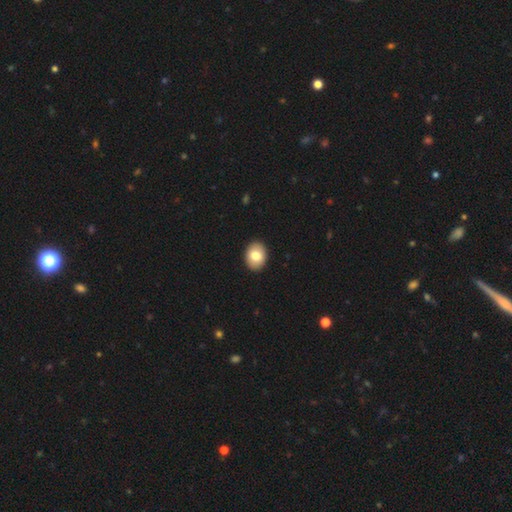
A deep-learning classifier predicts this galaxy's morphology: smooth 80%, featured or disk 13%, star or artifact 7%. Down the decision tree: how rounded — in between (68%); merging — none (92%).